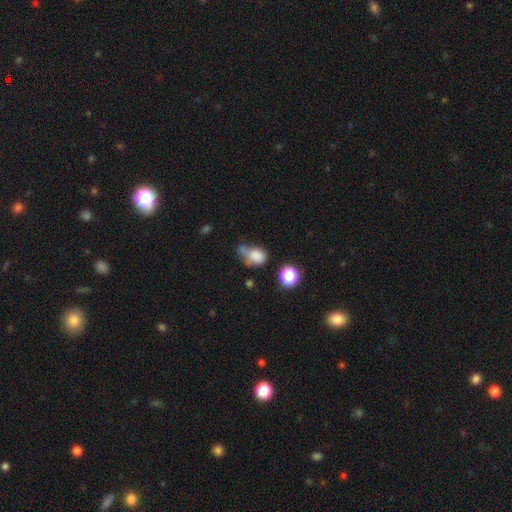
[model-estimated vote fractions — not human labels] A smooth galaxy with no disk features (76%) that is in between round and cigar-shaped (50%). Merging: none (30%).